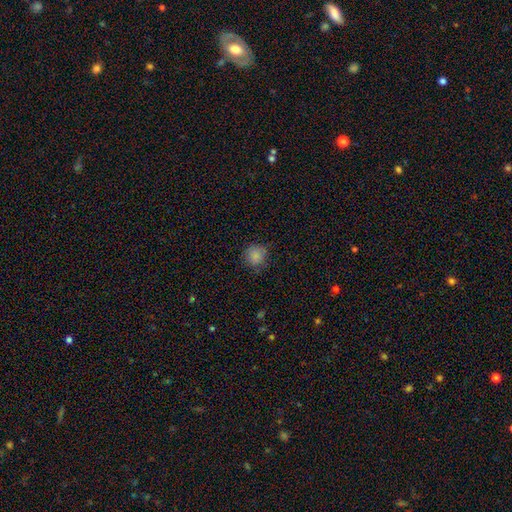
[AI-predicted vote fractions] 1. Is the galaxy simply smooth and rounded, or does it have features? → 85% smooth, 11% star or artifact, 4% featured or disk.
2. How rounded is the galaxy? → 90% round, 9% in between, 1% cigar-shaped.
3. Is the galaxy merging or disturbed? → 82% none, 14% minor disturbance, 3% major disturbance, 1% merger.